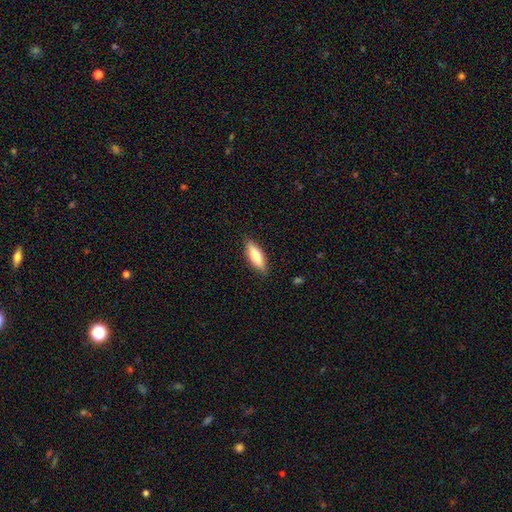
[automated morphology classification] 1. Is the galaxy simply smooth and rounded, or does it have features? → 72% smooth, 22% featured or disk, 6% star or artifact.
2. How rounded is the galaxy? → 55% in between, 43% cigar-shaped, 2% round.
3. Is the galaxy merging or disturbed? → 86% none, 10% minor disturbance, 2% major disturbance, 1% merger.